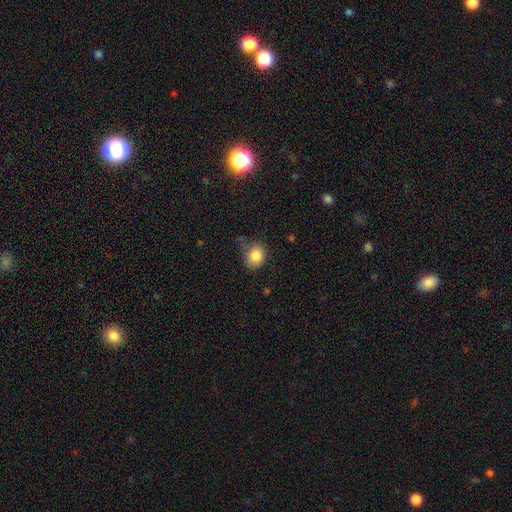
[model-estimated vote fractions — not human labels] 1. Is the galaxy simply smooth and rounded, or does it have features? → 84% smooth, 10% star or artifact, 6% featured or disk.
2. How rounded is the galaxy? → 72% round, 27% in between, 1% cigar-shaped.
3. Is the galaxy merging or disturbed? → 66% none, 24% minor disturbance, 7% major disturbance, 3% merger.